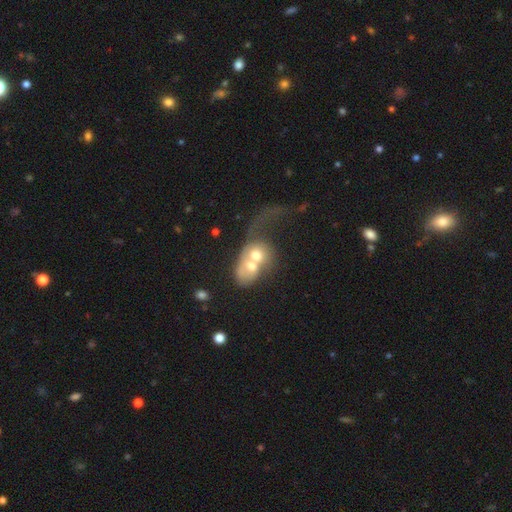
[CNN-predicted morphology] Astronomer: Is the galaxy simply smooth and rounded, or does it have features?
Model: smooth — 48% (runner-up: featured or disk, 43%).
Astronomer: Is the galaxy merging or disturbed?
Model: merger — 73%.